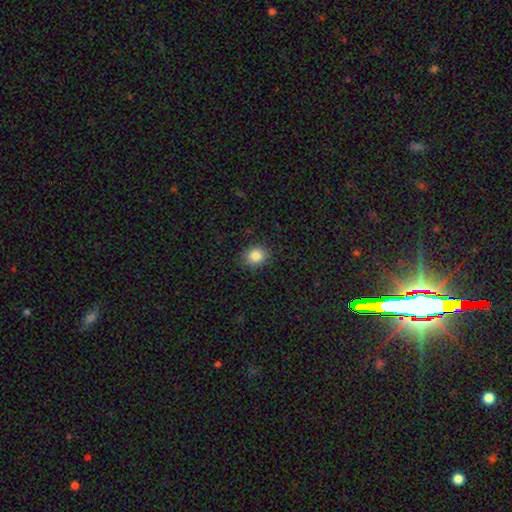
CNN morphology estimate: Q: Smooth or featured?
A: smooth (85%); runner-up: star or artifact (10%)
Q: How rounded?
A: round (70%); runner-up: in between (29%)
Q: Merging?
A: none (89%); runner-up: minor disturbance (8%)